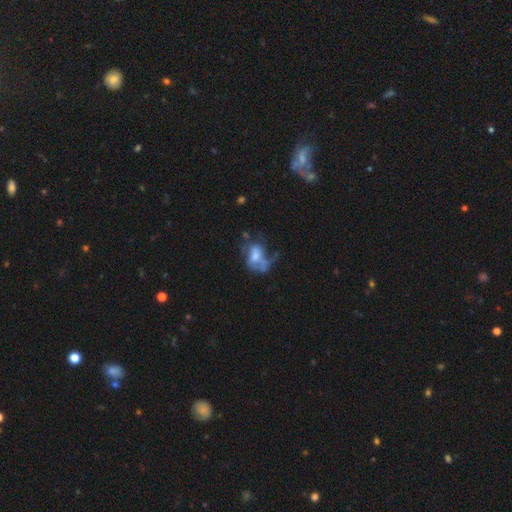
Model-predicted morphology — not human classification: The model was most divided on "smooth or featured": featured or disk: 51%, smooth: 39%, star or artifact: 10%. Remaining: edge-on disk — no (97%); merging — major disturbance (47%).